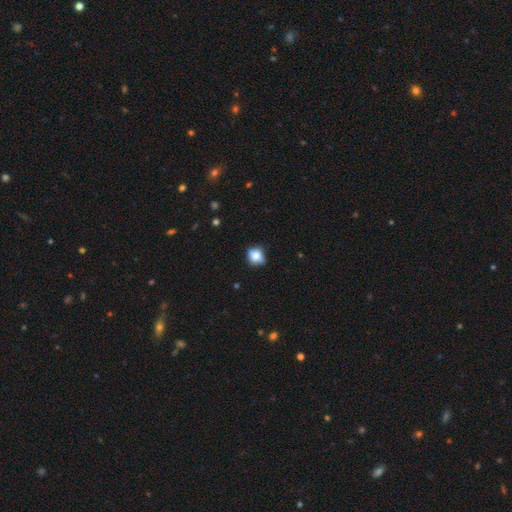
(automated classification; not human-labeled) Smooth or featured? Predicted: smooth (p=0.73). How rounded? Predicted: round (p=0.69). Merging? Predicted: none (p=0.59).